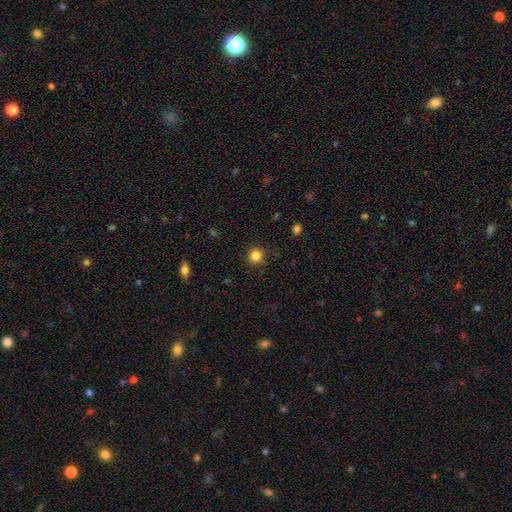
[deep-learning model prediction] A smooth galaxy with no disk features (84%) that is round (95%). Merging: none (91%).